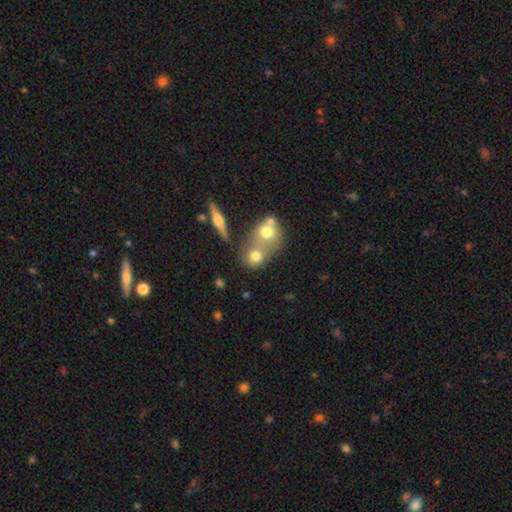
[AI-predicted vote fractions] Smooth or featured? smooth (69%)
How rounded? round (68%)
Merging? merger (56%)